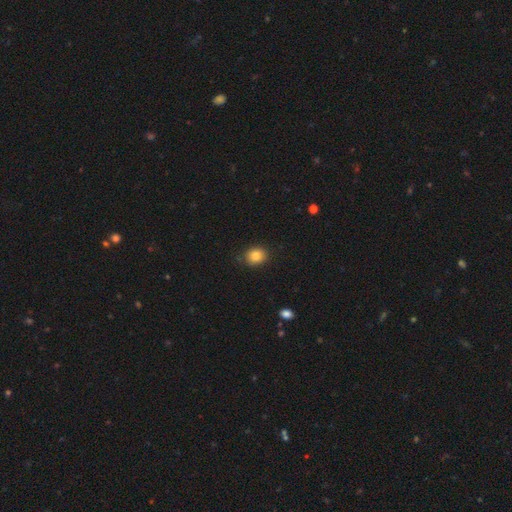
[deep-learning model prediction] Morphology: type=smooth (85%); roundness=round (66%); merging=none (86%).